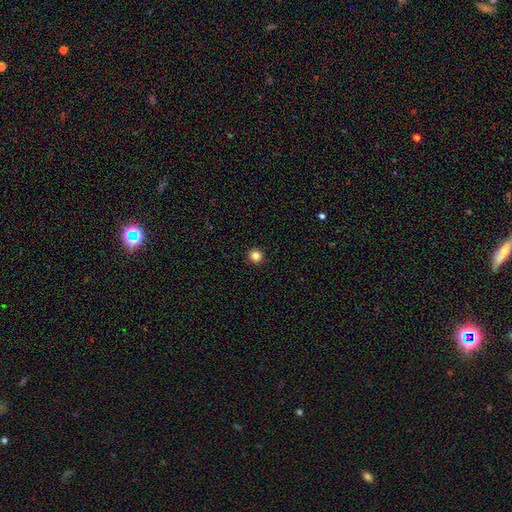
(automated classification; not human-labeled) Overall: smooth (84%). How rounded: round (93%). Merging: none (93%).